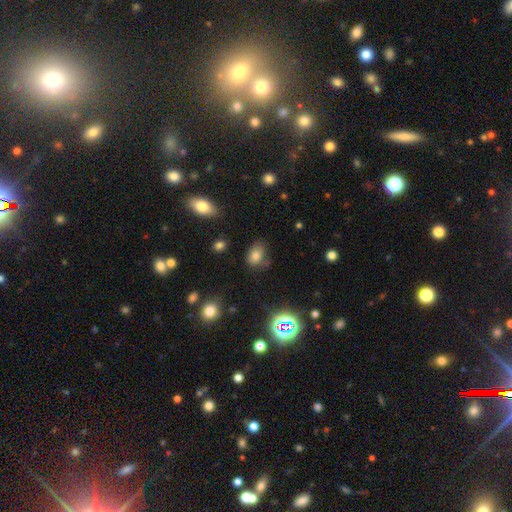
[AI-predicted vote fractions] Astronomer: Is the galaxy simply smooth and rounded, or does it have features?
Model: smooth — 74%.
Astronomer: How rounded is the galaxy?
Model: in between — 77%.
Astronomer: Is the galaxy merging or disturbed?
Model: none — 69%.